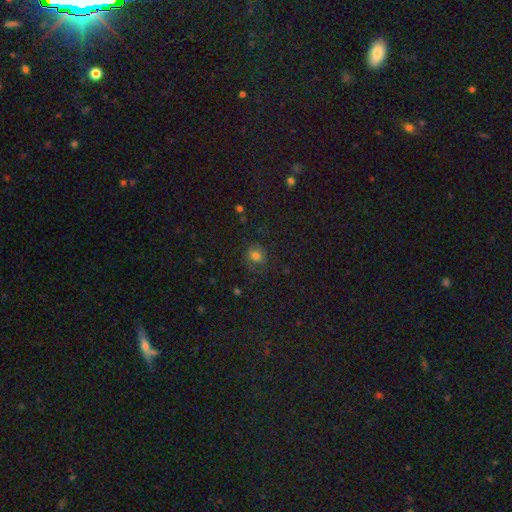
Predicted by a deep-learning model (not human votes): smooth 70%, star or artifact 18%, featured or disk 12%. Down the decision tree: how rounded — round (69%); merging — none (74%).